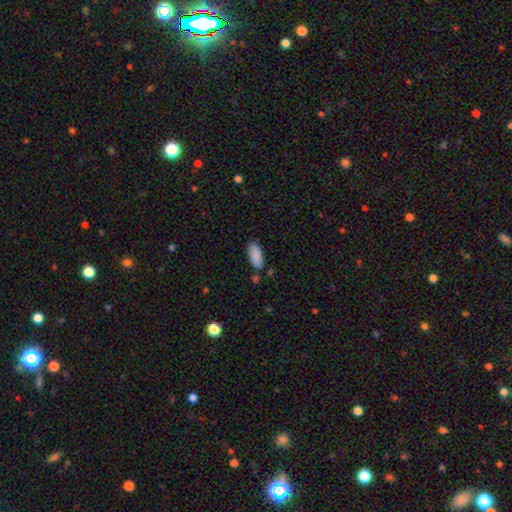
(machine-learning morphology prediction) smooth-or-featured: smooth: 89% | star or artifact: 6% | featured or disk: 5%
  how-rounded: in between: 85% | cigar-shaped: 13% | round: 2%
  merging: none: 79% | minor disturbance: 14% | merger: 5% | major disturbance: 3%